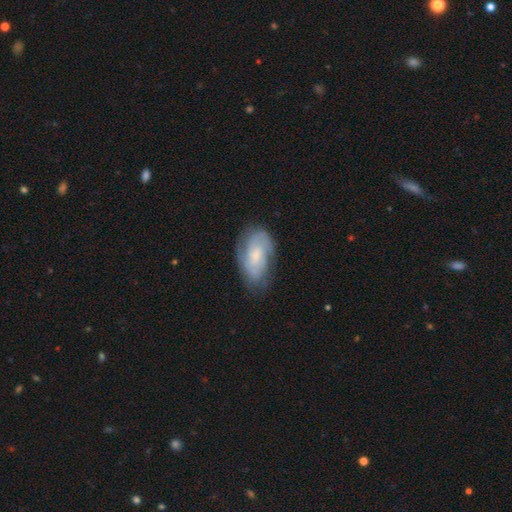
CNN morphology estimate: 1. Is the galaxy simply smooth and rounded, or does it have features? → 61% featured or disk, 32% smooth, 7% star or artifact.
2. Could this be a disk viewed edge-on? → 96% no, 4% yes.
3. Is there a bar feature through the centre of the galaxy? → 64% no, 31% weak, 5% strong.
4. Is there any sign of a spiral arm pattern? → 86% yes, 14% no.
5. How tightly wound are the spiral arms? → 50% tight, 37% medium, 13% loose.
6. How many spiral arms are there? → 39% can't tell, 35% 2, 14% 3, 5% 1, 4% 4, 3% more than 4.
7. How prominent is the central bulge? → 51% small, 33% moderate, 11% none, 4% large, 1% dominant.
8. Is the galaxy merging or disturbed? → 67% none, 23% minor disturbance, 8% major disturbance, 1% merger.